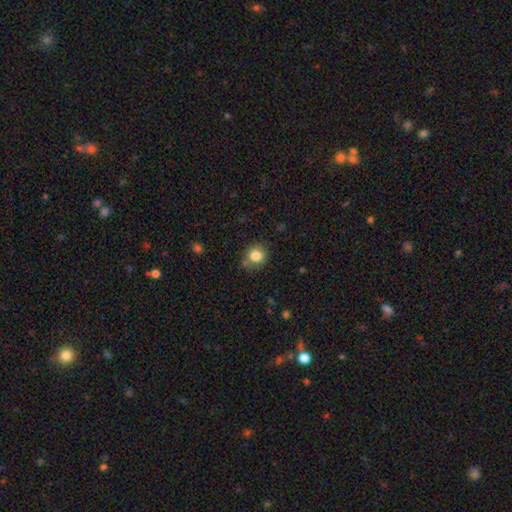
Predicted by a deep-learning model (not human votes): Q: Smooth or featured?
A: smooth (83%); runner-up: star or artifact (11%)
Q: How rounded?
A: round (85%); runner-up: in between (14%)
Q: Merging?
A: none (76%); runner-up: minor disturbance (15%)